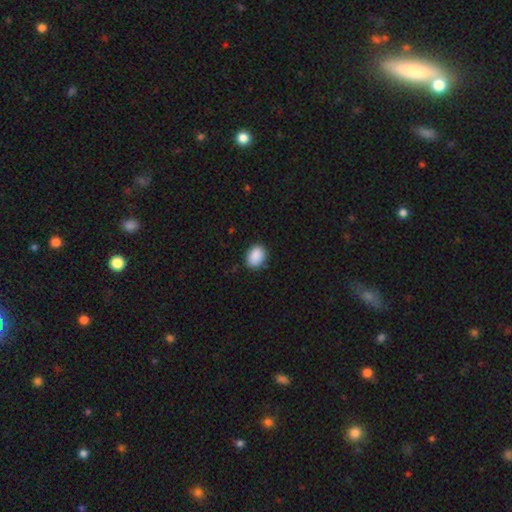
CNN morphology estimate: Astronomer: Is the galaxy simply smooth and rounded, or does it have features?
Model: smooth — 90%.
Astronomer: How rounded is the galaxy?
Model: in between — 68%.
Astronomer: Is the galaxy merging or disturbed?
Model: none — 83%.